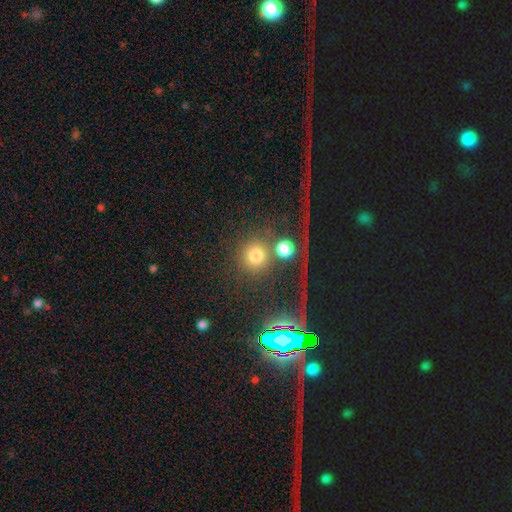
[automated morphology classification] Smooth or featured? Predicted: smooth (p=0.71). How rounded? Predicted: round (p=0.92). Merging? Predicted: none (p=0.59).